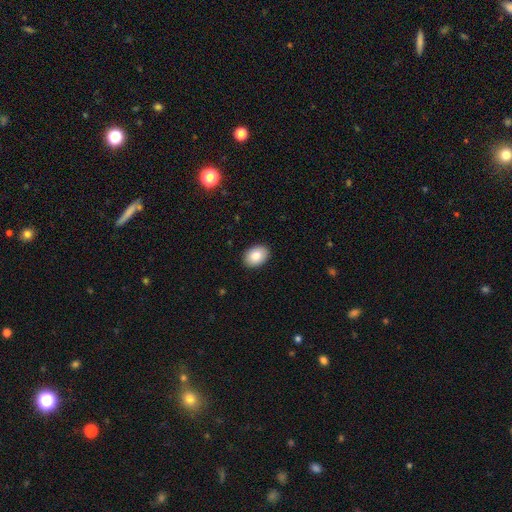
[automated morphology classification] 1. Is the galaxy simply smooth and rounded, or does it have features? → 84% smooth, 9% featured or disk, 7% star or artifact.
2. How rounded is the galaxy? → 76% in between, 23% round, 1% cigar-shaped.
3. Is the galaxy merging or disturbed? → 90% none, 7% minor disturbance, 2% major disturbance, 1% merger.